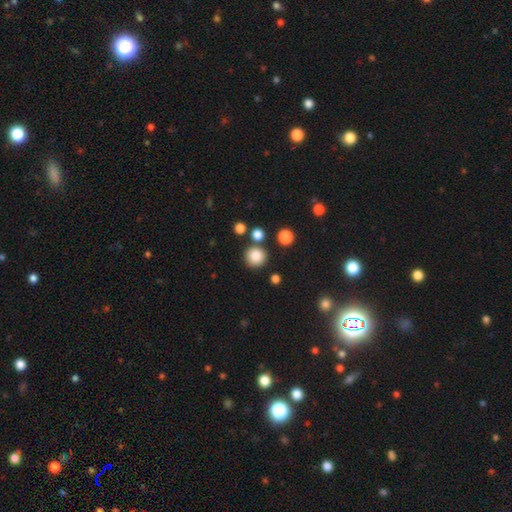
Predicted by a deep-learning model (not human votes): smooth 85%, star or artifact 11%, featured or disk 5%. Down the decision tree: how rounded — round (93%); merging — none (82%).